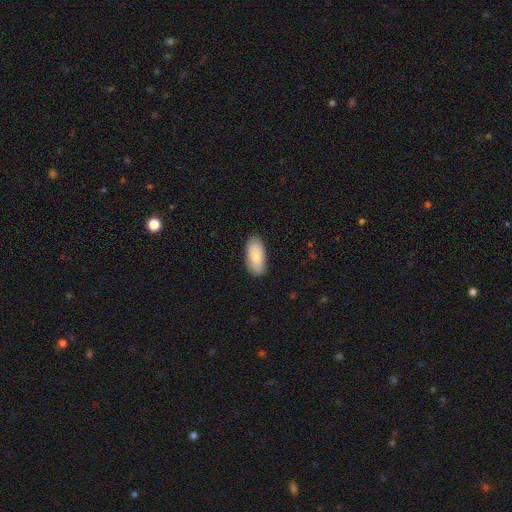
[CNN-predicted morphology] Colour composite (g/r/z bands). It shows a smooth galaxy with no disk features (79%) that is in between round and cigar-shaped (92%). Merging: none (82%).